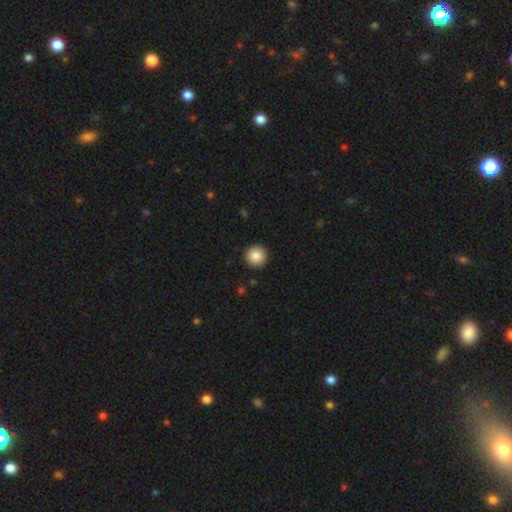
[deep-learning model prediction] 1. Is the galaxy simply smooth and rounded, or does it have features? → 87% smooth, 8% star or artifact, 4% featured or disk.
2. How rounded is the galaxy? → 96% round, 3% in between, 1% cigar-shaped.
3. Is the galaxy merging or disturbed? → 93% none, 4% minor disturbance, 1% major disturbance, 1% merger.